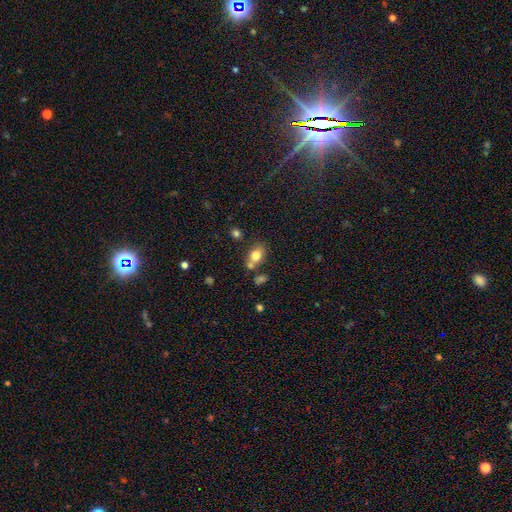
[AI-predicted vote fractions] Q: Smooth or featured?
A: smooth (78%); runner-up: featured or disk (12%)
Q: How rounded?
A: in between (71%); runner-up: round (27%)
Q: Merging?
A: none (55%); runner-up: merger (27%)